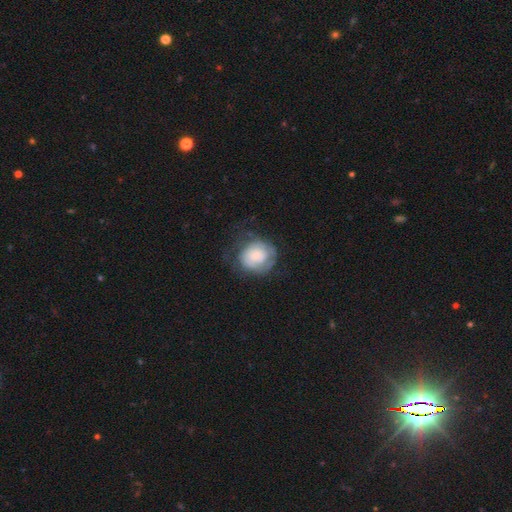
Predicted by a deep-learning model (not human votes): Smooth or featured? smooth (51%)
How rounded? round (78%)
Merging? none (51%)